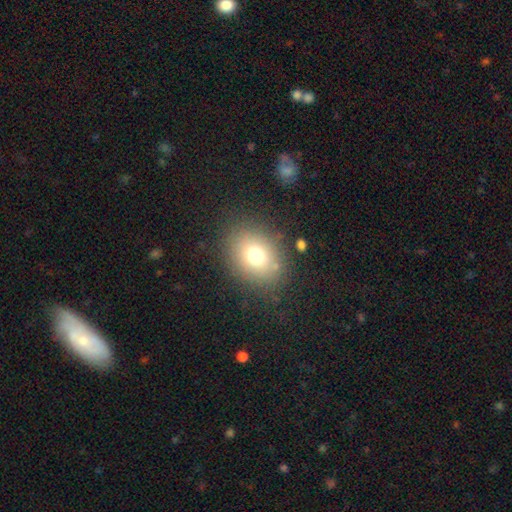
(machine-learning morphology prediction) type=smooth (72%); roundness=round (52%); merging=none (83%).